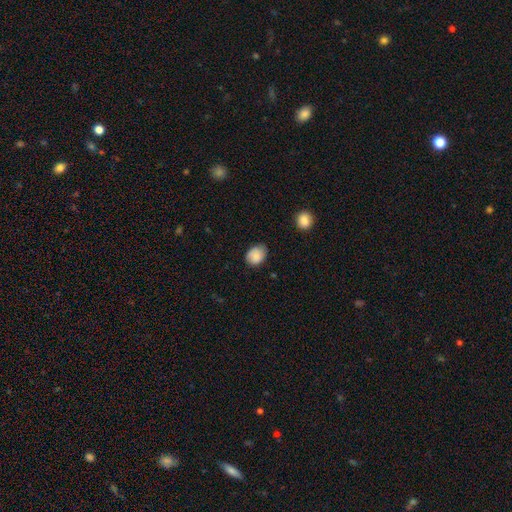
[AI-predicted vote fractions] Morphology: type=smooth (83%); roundness=in between (61%); merging=none (69%).